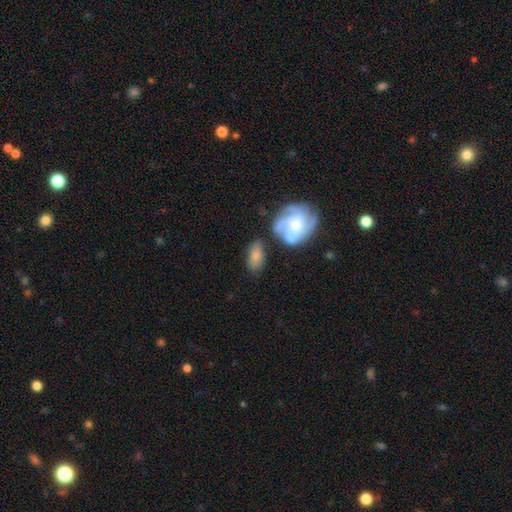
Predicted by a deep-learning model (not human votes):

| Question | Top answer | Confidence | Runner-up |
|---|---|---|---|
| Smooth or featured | smooth | 69% | featured or disk (24%) |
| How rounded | in between | 89% | round (6%) |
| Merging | none | 57% | minor disturbance (21%) |